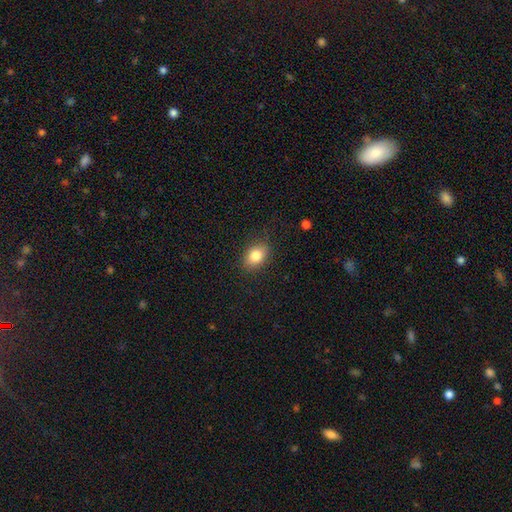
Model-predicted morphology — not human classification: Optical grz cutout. It shows a smooth galaxy with no disk features (83%) that is in between round and cigar-shaped (77%). Merging: none (84%).